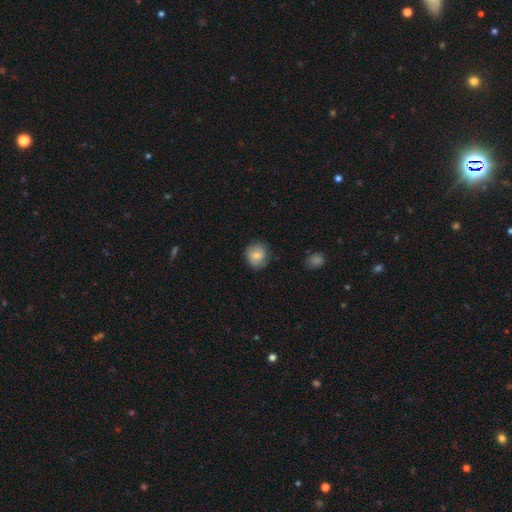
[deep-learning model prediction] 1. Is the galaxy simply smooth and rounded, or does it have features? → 74% smooth, 18% featured or disk, 7% star or artifact.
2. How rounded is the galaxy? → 77% round, 22% in between, 1% cigar-shaped.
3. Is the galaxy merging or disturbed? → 76% none, 18% minor disturbance, 4% major disturbance, 1% merger.